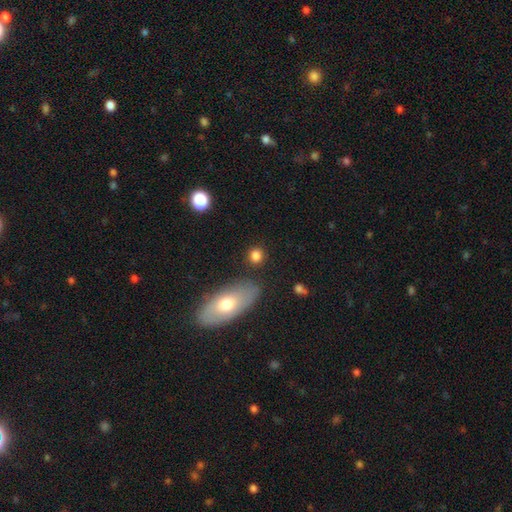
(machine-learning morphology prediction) Smooth or featured? Predicted: smooth (p=0.82). How rounded? Predicted: round (p=0.77). Merging? Predicted: none (p=0.82).